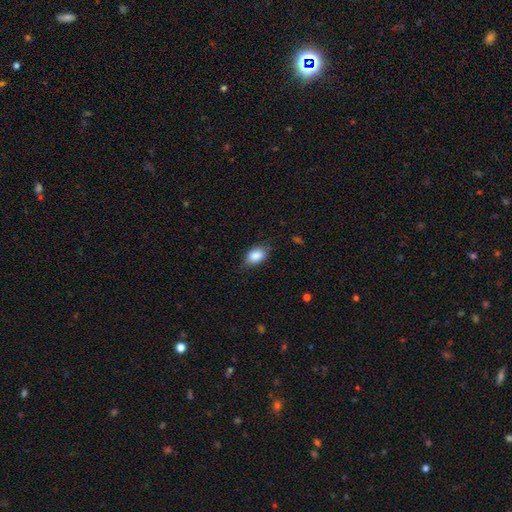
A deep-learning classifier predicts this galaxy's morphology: smooth 87%, star or artifact 7%, featured or disk 6%. Down the decision tree: how rounded — in between (86%); merging — none (75%).